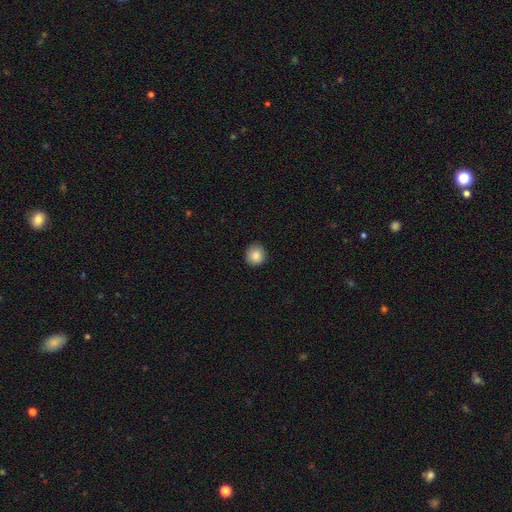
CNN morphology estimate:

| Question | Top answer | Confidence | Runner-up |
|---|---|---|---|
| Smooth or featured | smooth | 87% | star or artifact (9%) |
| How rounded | round | 93% | in between (6%) |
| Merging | none | 89% | minor disturbance (8%) |